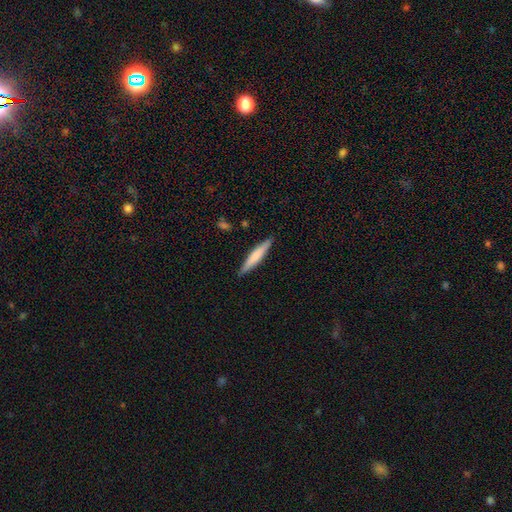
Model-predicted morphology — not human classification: smooth_or_featured: smooth (p=0.69) [alt: featured or disk p=0.26]
how_rounded: cigar-shaped (p=0.91) [alt: in between p=0.07]
merging: none (p=0.90) [alt: minor disturbance p=0.07]